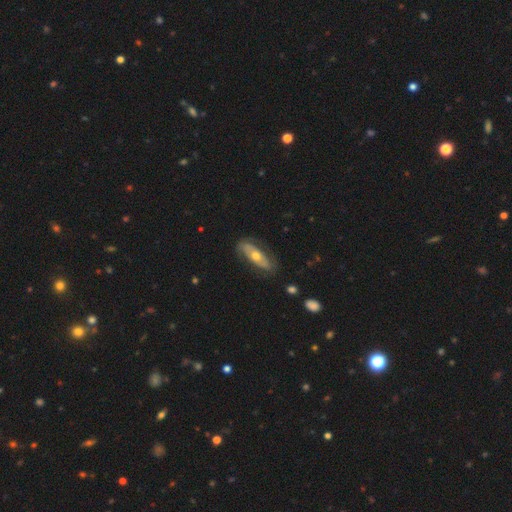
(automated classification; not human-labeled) Smooth or featured?
  - featured or disk: 56% *
  - smooth: 39%
  - star or artifact: 5%
Edge-on disk?
  - no: 70% *
  - yes: 30%
Merging?
  - none: 75% *
  - minor disturbance: 18%
  - major disturbance: 6%
  - merger: 2%